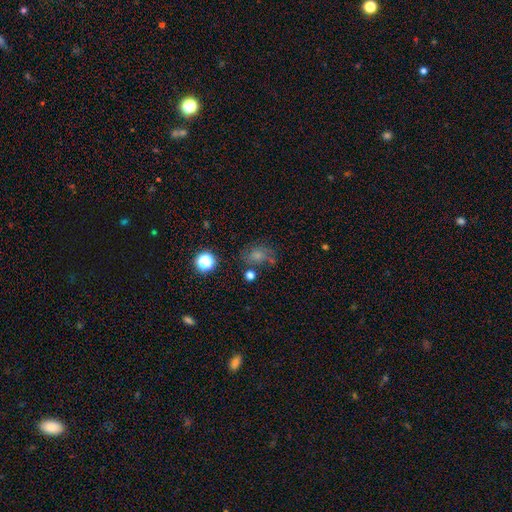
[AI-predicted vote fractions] A smooth galaxy with no disk features (41%).

Vote fractions:
- Smooth or featured? smooth: 41% / star or artifact: 32% / featured or disk: 27%
- Merging? none: 64% / minor disturbance: 19% / major disturbance: 11% / merger: 7%